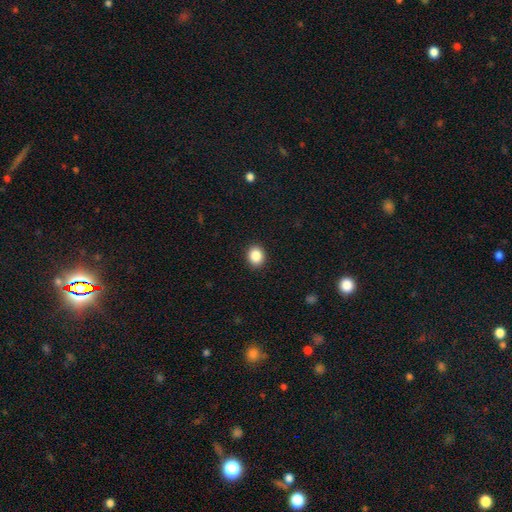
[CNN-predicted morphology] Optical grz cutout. It shows a smooth galaxy with no disk features (87%) that is round (66%). Merging: none (92%).